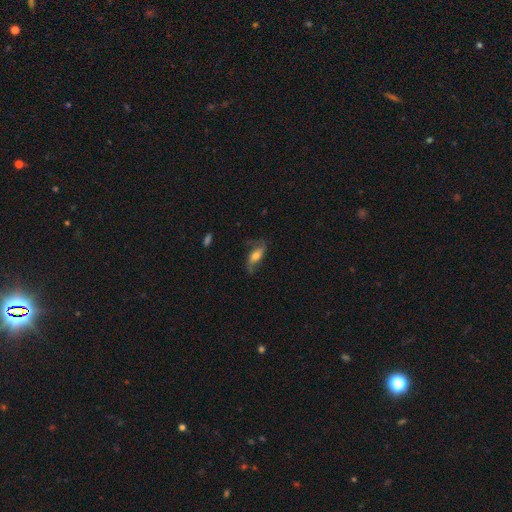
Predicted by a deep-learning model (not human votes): Overall: featured or disk (50%; smooth 42%). Edge-on disk: no (79%). Merging: none (62%; minor disturbance 24%).